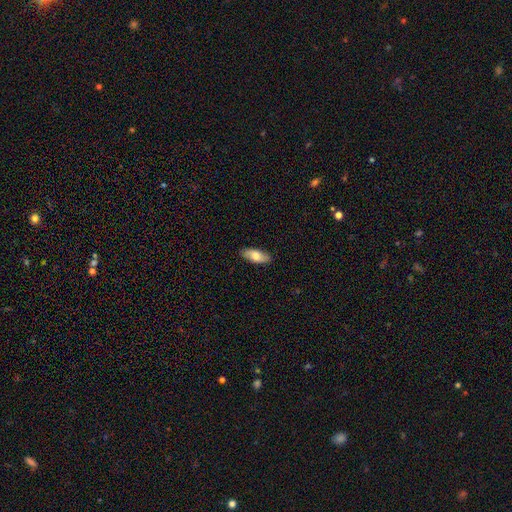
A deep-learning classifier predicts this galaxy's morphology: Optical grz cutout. It shows a smooth galaxy with no disk features (73%) that is in between round and cigar-shaped (82%). Merging: none (88%).